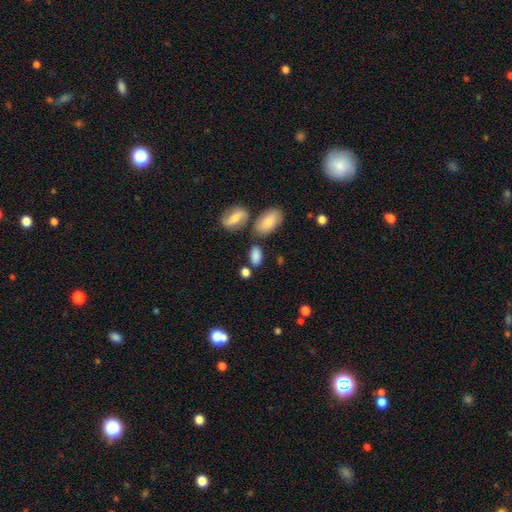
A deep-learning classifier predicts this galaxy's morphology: Smooth or featured? Predicted: smooth (p=0.83). How rounded? Predicted: in between (p=0.90). Merging? Predicted: none (p=0.71).